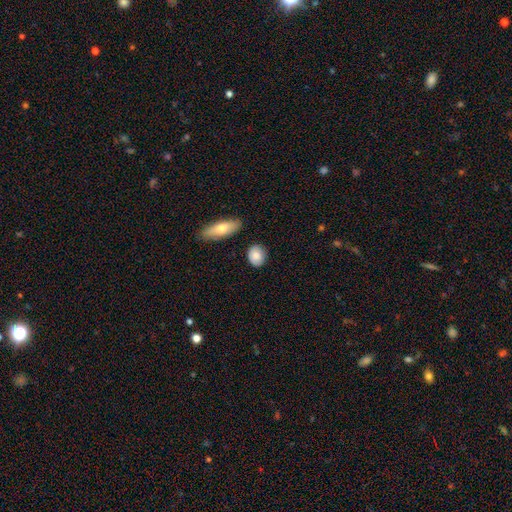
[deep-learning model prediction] This appears to be a smooth galaxy with no disk features (84%) that is in between round and cigar-shaped (49%). Merging: none (83%).